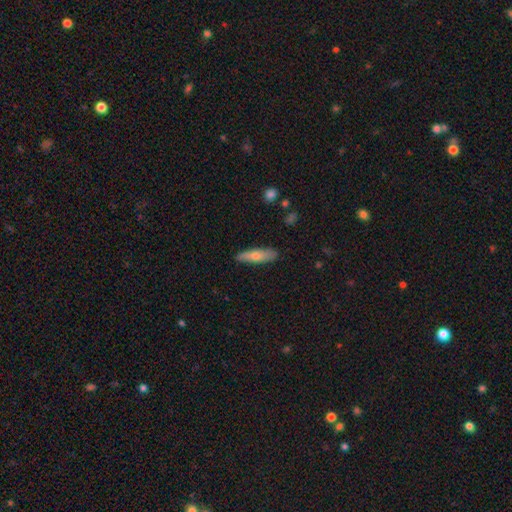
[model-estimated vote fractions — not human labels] Overall: smooth (58%; featured or disk 34%). How rounded: cigar-shaped (73%). Merging: none (87%).